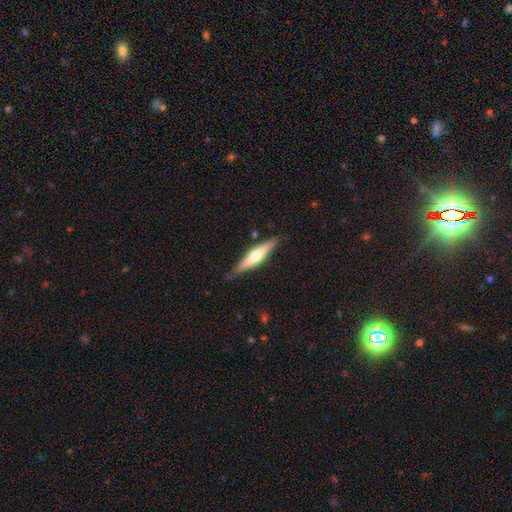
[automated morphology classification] Smooth or featured?
  - featured or disk: 57% *
  - smooth: 38%
  - star or artifact: 5%
Edge-on disk?
  - yes: 96% *
  - no: 4%
Edge-on bulge?
  - rounded: 84% *
  - boxy: 9%
  - none: 7%
Merging?
  - none: 85% *
  - minor disturbance: 11%
  - major disturbance: 2%
  - merger: 2%